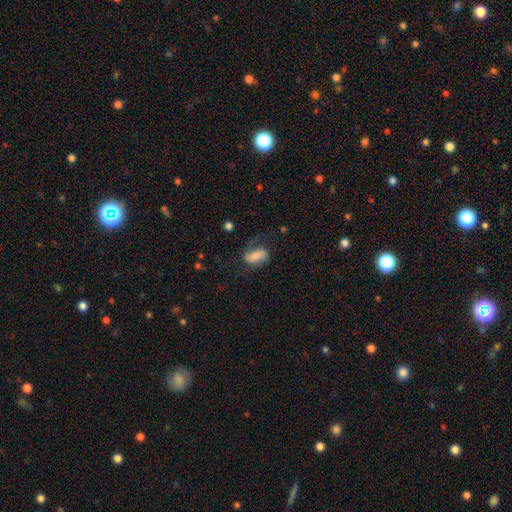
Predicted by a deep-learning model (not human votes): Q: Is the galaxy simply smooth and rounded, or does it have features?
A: featured or disk — 46%, tied with smooth.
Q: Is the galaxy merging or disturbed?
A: none — 51%.